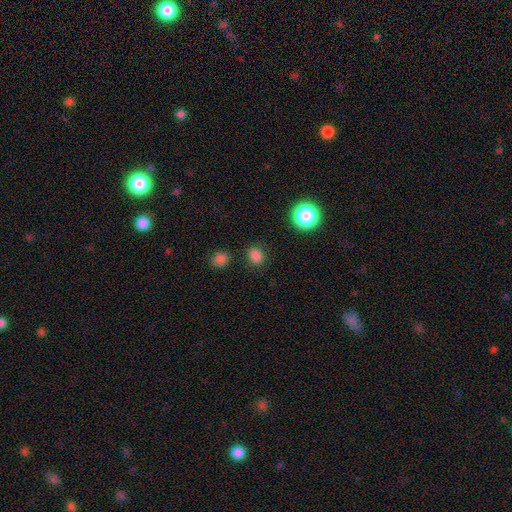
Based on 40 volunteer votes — Q: Smooth or featured?
A: smooth (88%); runner-up: star or artifact (10%)
Q: How rounded?
A: round (80%); runner-up: in between (20%)
Q: Merging?
A: none (92%); runner-up: minor disturbance (6%)